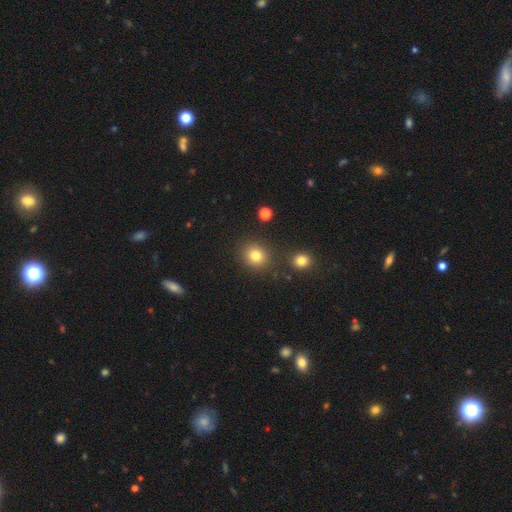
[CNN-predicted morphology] Overall: smooth (81%). How rounded: round (82%). Merging: none (84%).